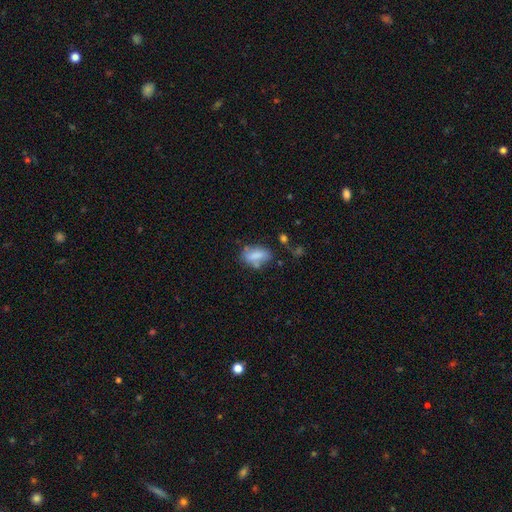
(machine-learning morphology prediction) This appears to be a smooth galaxy with no disk features (70%) that is in between round and cigar-shaped (85%). Merging: none (51%).